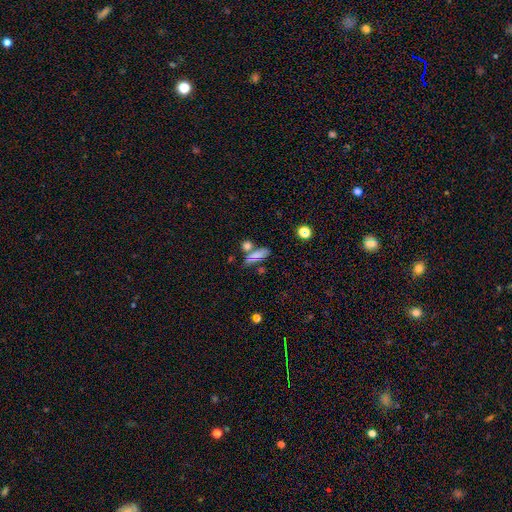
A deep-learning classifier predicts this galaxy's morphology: Overall: smooth (69%). How rounded: in between (51%; cigar-shaped 39%). Merging: none (54%; merger 24%).